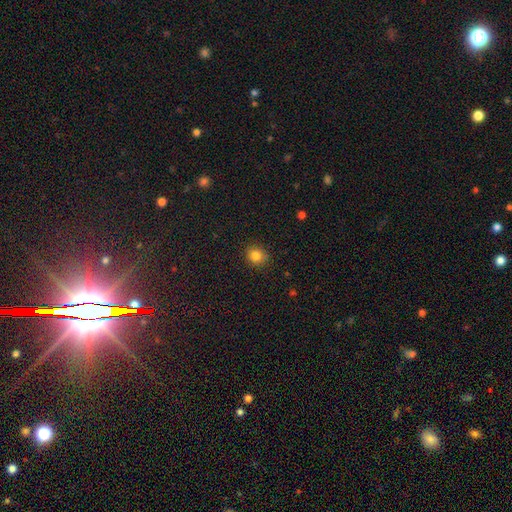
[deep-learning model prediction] This appears to be a smooth galaxy with no disk features (83%) that is round (85%). Merging: none (88%).